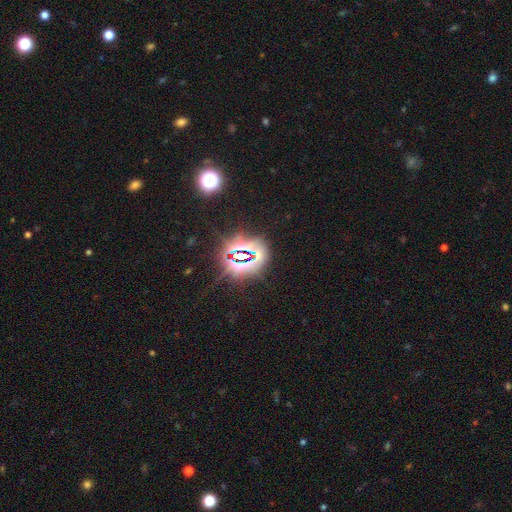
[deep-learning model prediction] Smooth or featured? Predicted: star or artifact (p=0.78).